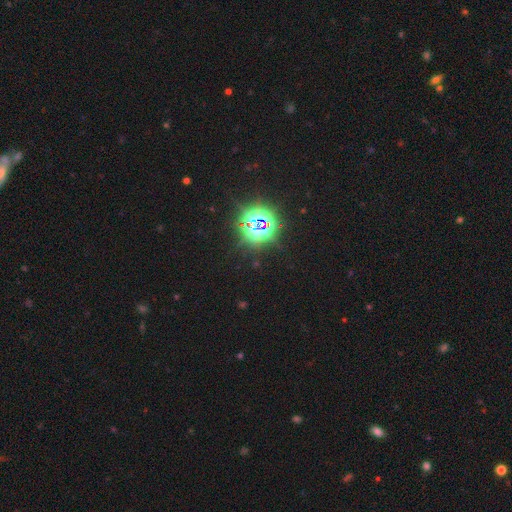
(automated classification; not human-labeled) Smooth or featured?
  - star or artifact: 85% *
  - smooth: 10%
  - featured or disk: 6%